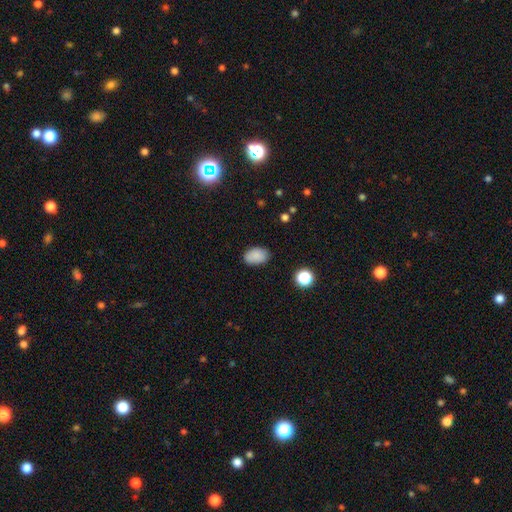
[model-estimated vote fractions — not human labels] Smooth or featured: smooth — 87% (star or artifact — 9%)
How rounded: in between — 87% (round — 12%)
Merging: none — 84% (minor disturbance — 12%)